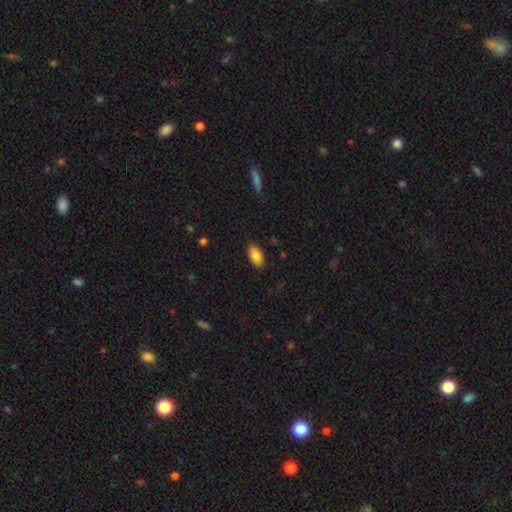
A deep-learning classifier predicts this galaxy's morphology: Smooth or featured? smooth (84%)
How rounded? in between (94%)
Merging? none (87%)